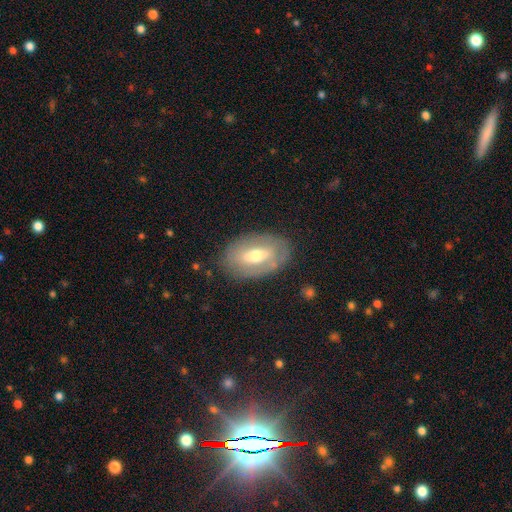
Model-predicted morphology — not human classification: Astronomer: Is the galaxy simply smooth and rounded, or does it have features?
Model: featured or disk — 57% (runner-up: smooth, 37%).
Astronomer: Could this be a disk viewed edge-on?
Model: no — 86%.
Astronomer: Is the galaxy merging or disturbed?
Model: none — 79%.